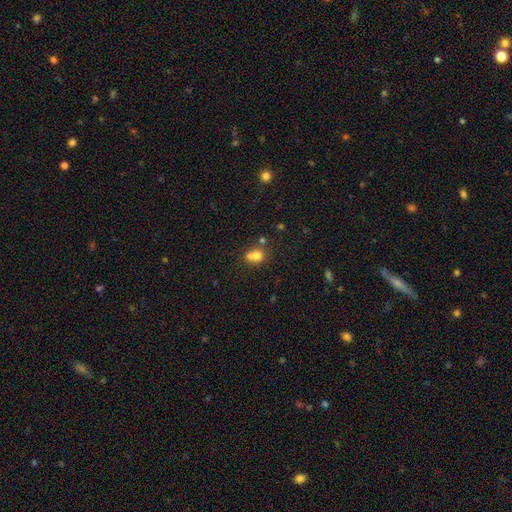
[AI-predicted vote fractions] smooth-or-featured: smooth: 74% | featured or disk: 13% | star or artifact: 13%
  how-rounded: round: 70% | in between: 29% | cigar-shaped: 1%
  merging: merger: 47% | none: 38% | minor disturbance: 11% | major disturbance: 5%